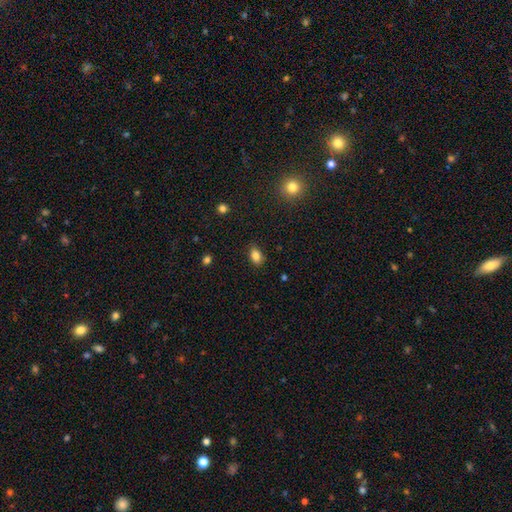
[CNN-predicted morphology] smooth-or-featured: smooth: 85% | star or artifact: 10% | featured or disk: 5%
  how-rounded: in between: 83% | round: 15% | cigar-shaped: 2%
  merging: none: 83% | minor disturbance: 13% | major disturbance: 3% | merger: 1%